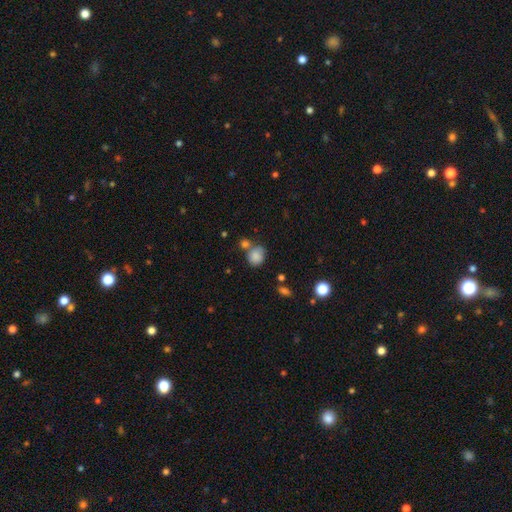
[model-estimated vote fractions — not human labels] The model was most divided on "merging": none: 51%, merger: 26%, minor disturbance: 17%, major disturbance: 6%. More confident: smooth or featured — smooth (83%); how rounded — round (69%).